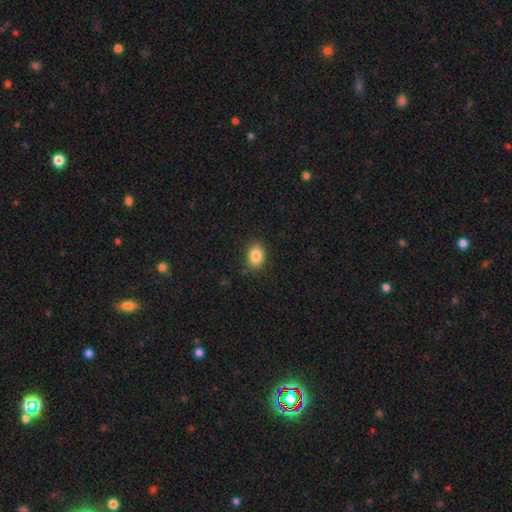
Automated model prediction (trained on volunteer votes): A smooth galaxy with no disk features (85%) that is in between round and cigar-shaped (62%).

Vote fractions:
- Smooth or featured? smooth: 85% / star or artifact: 9% / featured or disk: 5%
- How rounded? in between: 62% / round: 37% / cigar-shaped: 1%
- Merging? none: 86% / minor disturbance: 10% / major disturbance: 3% / merger: 1%